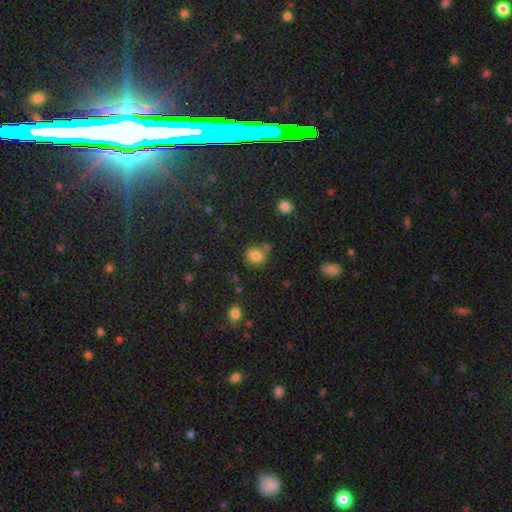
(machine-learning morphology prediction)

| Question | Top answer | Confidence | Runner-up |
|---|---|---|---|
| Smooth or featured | smooth | 80% | star or artifact (12%) |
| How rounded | round | 77% | in between (22%) |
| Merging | none | 67% | minor disturbance (15%) |